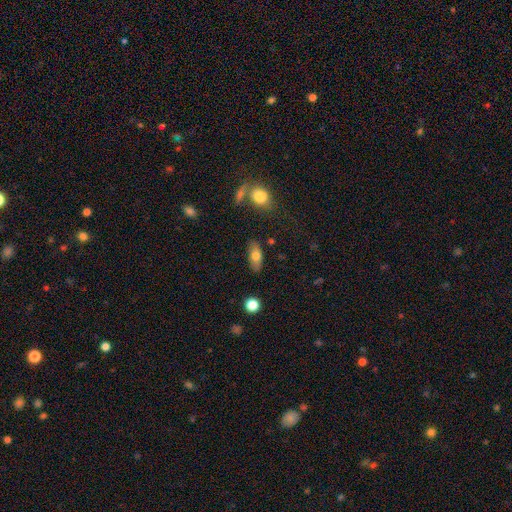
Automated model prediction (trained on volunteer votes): Smooth or featured?
  - smooth: 73% *
  - featured or disk: 19%
  - star or artifact: 8%
How rounded?
  - in between: 83% *
  - cigar-shaped: 13%
  - round: 5%
Merging?
  - none: 80% *
  - minor disturbance: 14%
  - major disturbance: 3%
  - merger: 3%